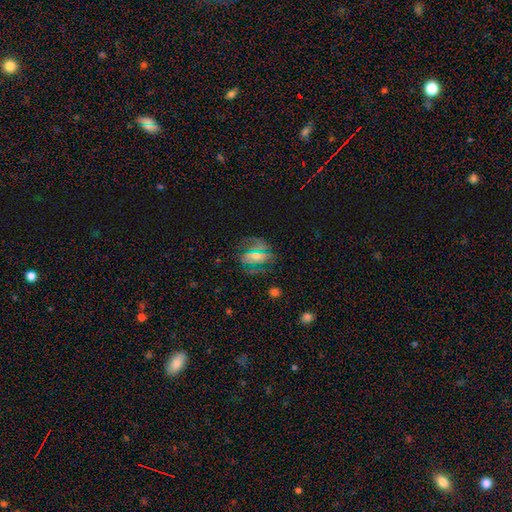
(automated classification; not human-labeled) A featured or disk galaxy (49%). Merging: none (68%).